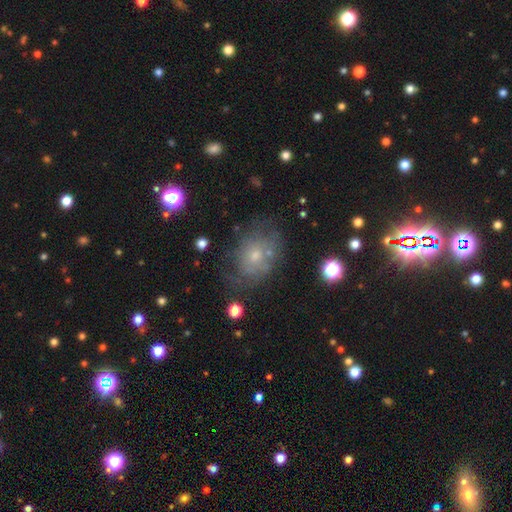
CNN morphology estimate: Smooth or featured: smooth — 47% (featured or disk — 38%)
Merging: none — 54% (minor disturbance — 25%)